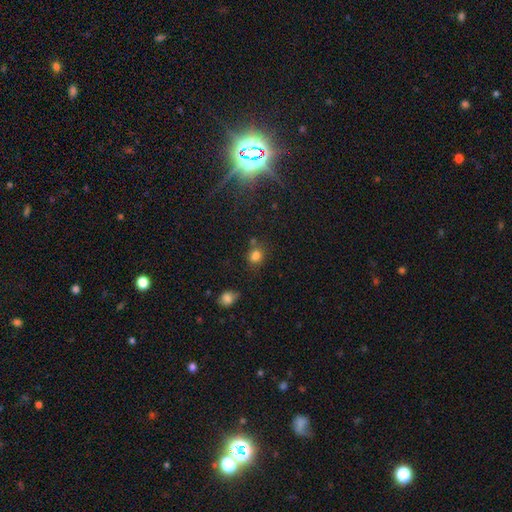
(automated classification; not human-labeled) smooth 79%, star or artifact 15%, featured or disk 6%. Down the decision tree: how rounded — round (69%); merging — none (65%).